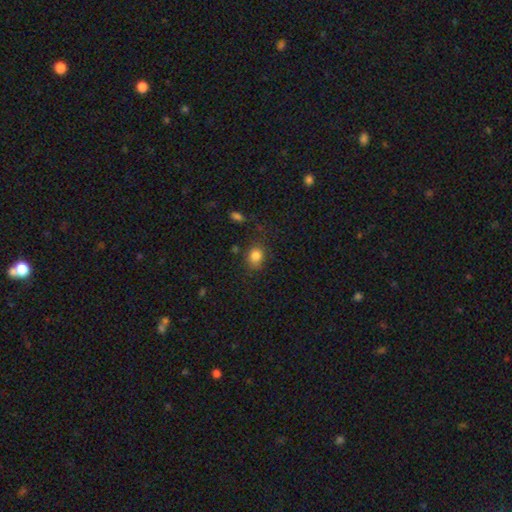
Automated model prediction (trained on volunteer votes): The model was most divided on "how rounded": round: 56%, in between: 42%, cigar-shaped: 1%. More confident: smooth or featured — smooth (83%); merging — none (78%).